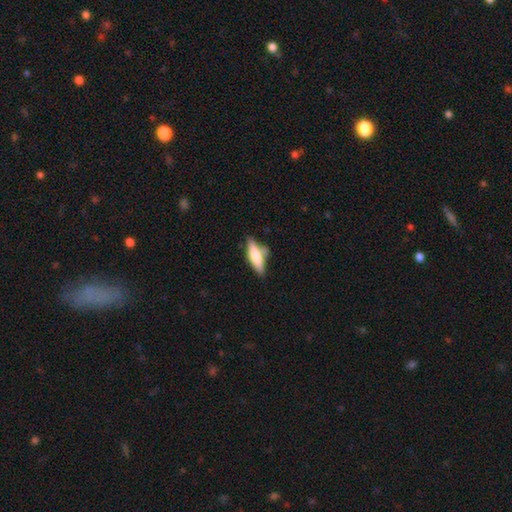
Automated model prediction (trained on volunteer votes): smooth 66%, featured or disk 28%, star or artifact 6%. Down the decision tree: how rounded — cigar-shaped (56%); merging — none (67%).